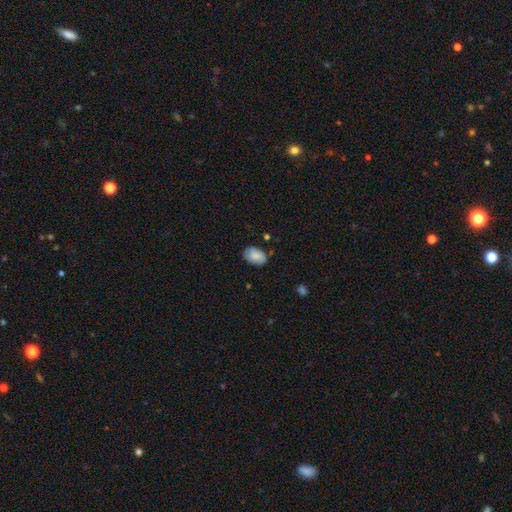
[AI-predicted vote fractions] Smooth or featured? Predicted: smooth (p=0.80). How rounded? Predicted: in between (p=0.86). Merging? Predicted: none (p=0.72).